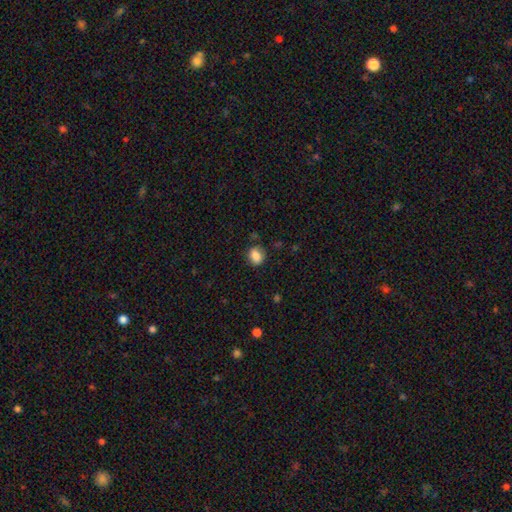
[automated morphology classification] Q: Smooth or featured?
A: smooth (84%); runner-up: star or artifact (9%)
Q: How rounded?
A: round (56%); runner-up: in between (43%)
Q: Merging?
A: none (79%); runner-up: minor disturbance (15%)